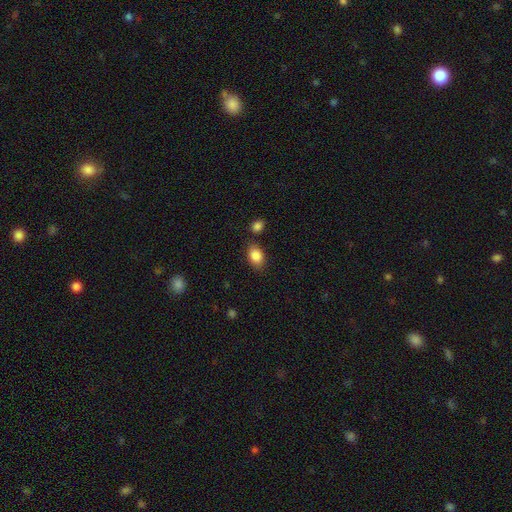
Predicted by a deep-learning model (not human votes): Smooth or featured? Predicted: smooth (p=0.86). How rounded? Predicted: in between (p=0.80). Merging? Predicted: none (p=0.78).